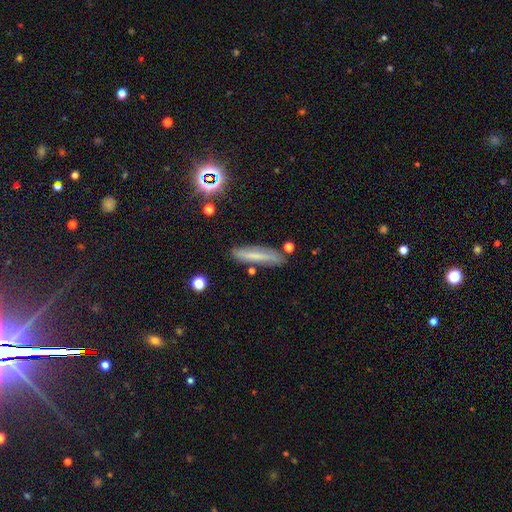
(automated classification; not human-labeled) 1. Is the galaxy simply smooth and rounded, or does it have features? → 62% smooth, 26% featured or disk, 12% star or artifact.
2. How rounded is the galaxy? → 85% cigar-shaped, 13% in between, 2% round.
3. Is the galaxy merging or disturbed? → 80% none, 13% minor disturbance, 3% merger, 3% major disturbance.